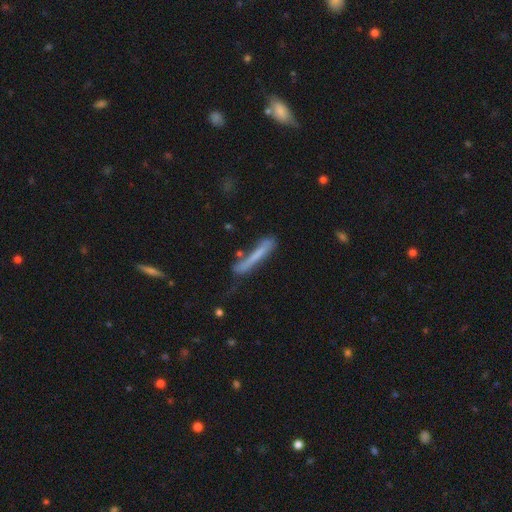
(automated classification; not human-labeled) The model was most divided on "smooth or featured": smooth: 60%, featured or disk: 32%, star or artifact: 7%. More confident: how rounded — cigar-shaped (95%); merging — none (58%).